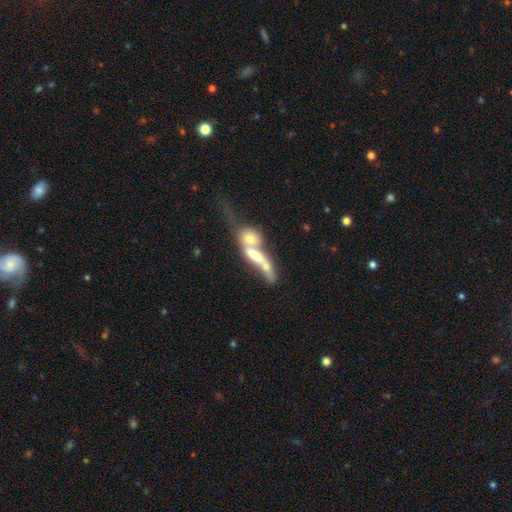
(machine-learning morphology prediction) Smooth or featured? smooth (51%)
How rounded? cigar-shaped (46%)
Merging? merger (75%)